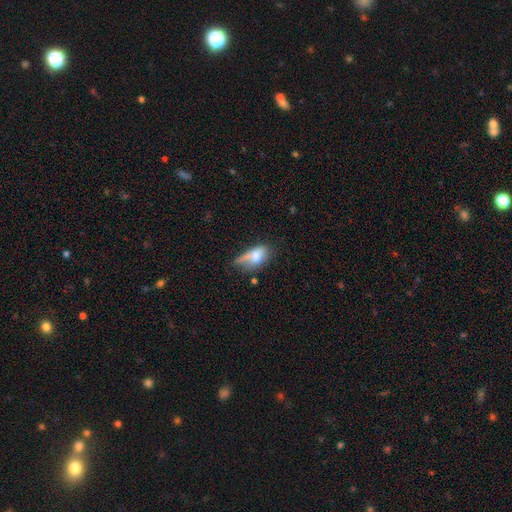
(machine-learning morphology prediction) The model was most divided on "merging": minor disturbance: 33%, none: 29%, major disturbance: 25%, merger: 13%. More confident: how rounded — in between (83%); smooth or featured — smooth (64%).